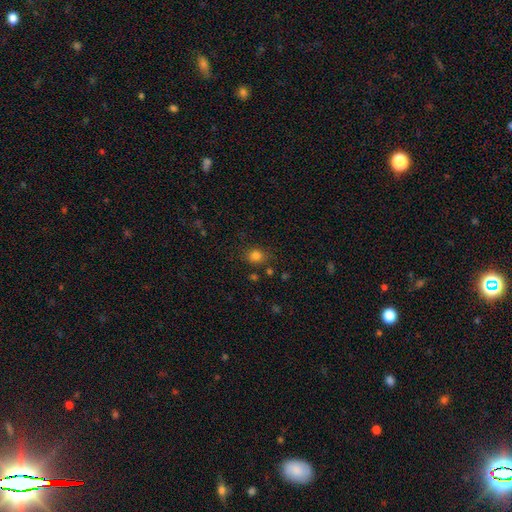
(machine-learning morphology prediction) The model was most divided on "how rounded": round: 71%, in between: 28%, cigar-shaped: 1%. More confident: smooth or featured — smooth (80%); merging — none (80%).